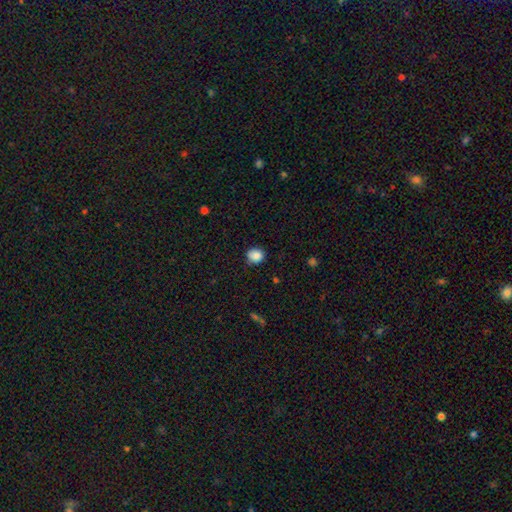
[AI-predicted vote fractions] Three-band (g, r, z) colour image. It shows a smooth galaxy with no disk features (86%) that is round (77%). Merging: none (77%).